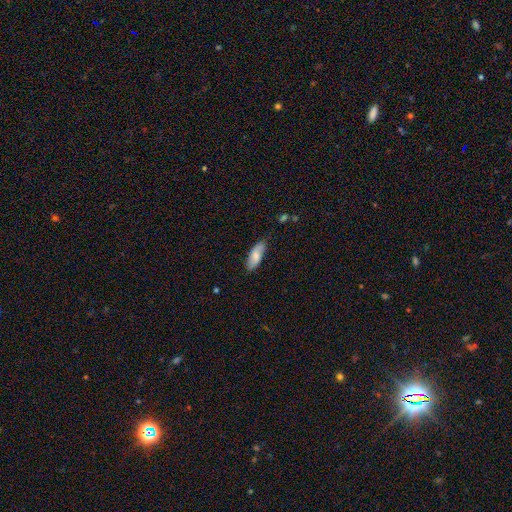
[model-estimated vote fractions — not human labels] The model was most divided on "how rounded": in between: 76%, cigar-shaped: 22%, round: 2%. More confident: merging — none (79%); smooth or featured — smooth (75%).